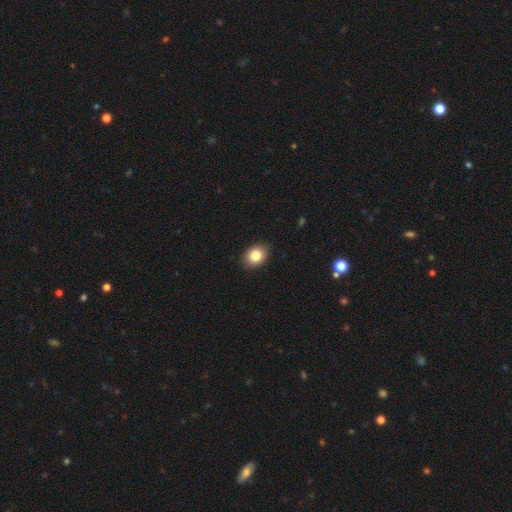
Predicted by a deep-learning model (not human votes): Smooth or featured? smooth (83%)
How rounded? in between (60%)
Merging? none (88%)